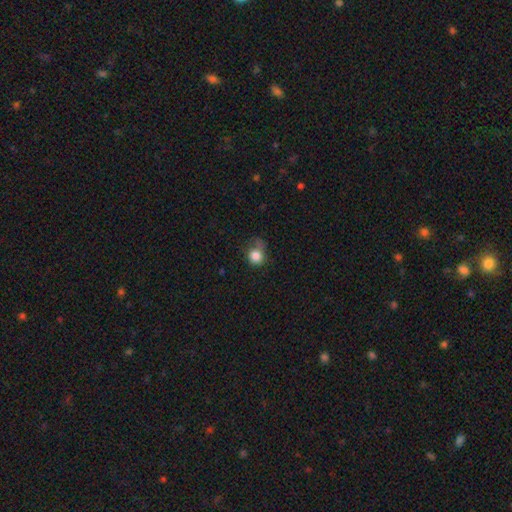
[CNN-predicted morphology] Q: Smooth or featured?
A: smooth (83%); runner-up: star or artifact (10%)
Q: How rounded?
A: round (80%); runner-up: in between (19%)
Q: Merging?
A: none (46%); runner-up: minor disturbance (30%)